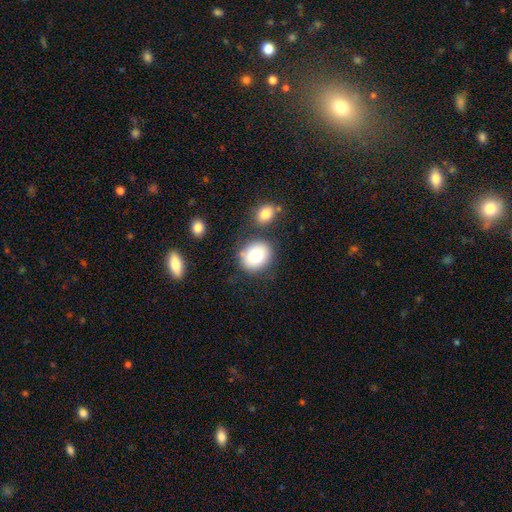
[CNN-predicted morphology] smooth_or_featured: smooth (p=0.79) [alt: featured or disk p=0.12]
how_rounded: round (p=0.67) [alt: in between p=0.32]
merging: none (p=0.72) [alt: minor disturbance p=0.13]